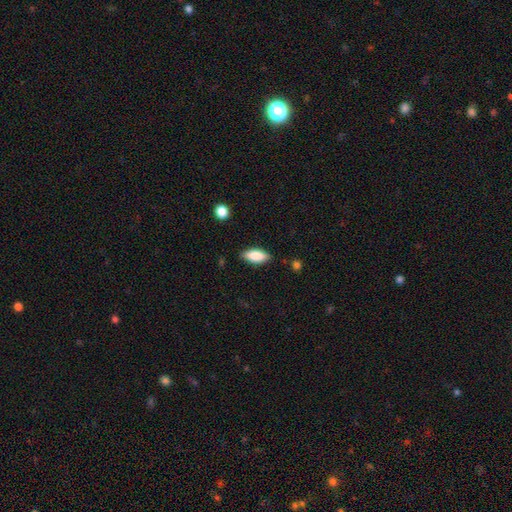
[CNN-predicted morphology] Smooth or featured: smooth — 84% (featured or disk — 10%)
How rounded: in between — 83% (cigar-shaped — 15%)
Merging: none — 83% (minor disturbance — 12%)